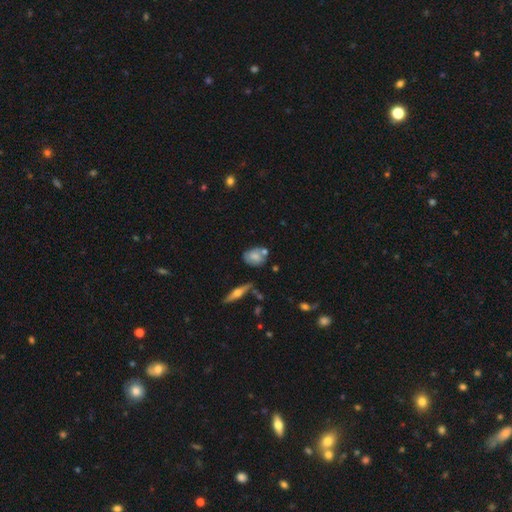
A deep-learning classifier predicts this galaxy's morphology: Smooth or featured? Predicted: smooth (p=0.59). How rounded? Predicted: in between (p=0.54). Merging? Predicted: none (p=0.59).